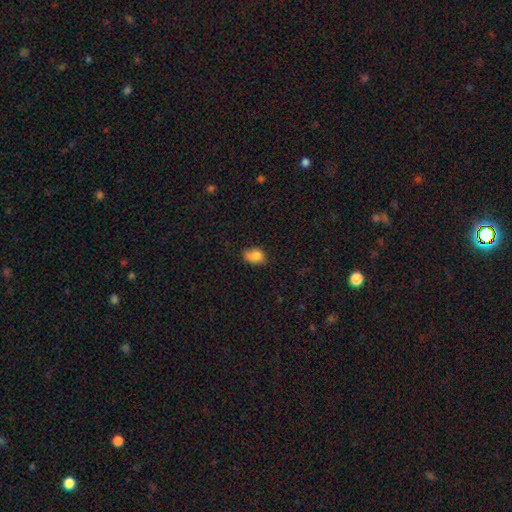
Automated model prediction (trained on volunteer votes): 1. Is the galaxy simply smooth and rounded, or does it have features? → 83% smooth, 10% star or artifact, 7% featured or disk.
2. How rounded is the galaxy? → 71% in between, 28% round, 1% cigar-shaped.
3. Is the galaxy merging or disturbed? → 56% none, 34% minor disturbance, 7% major disturbance, 3% merger.